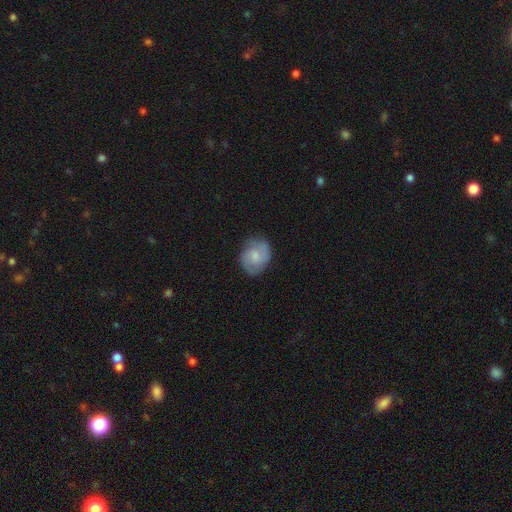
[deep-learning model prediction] smooth-or-featured: smooth: 48% | featured or disk: 45% | star or artifact: 7%
  merging: none: 71% | minor disturbance: 21% | major disturbance: 6% | merger: 1%